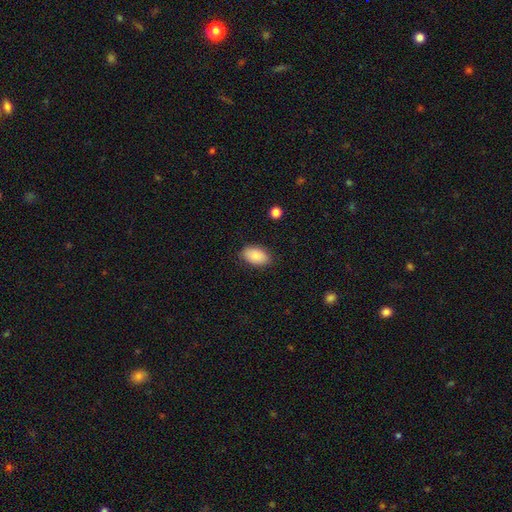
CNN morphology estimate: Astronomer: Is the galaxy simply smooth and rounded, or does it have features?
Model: smooth — 87%.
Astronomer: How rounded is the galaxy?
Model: in between — 93%.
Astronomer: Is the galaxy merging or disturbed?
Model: none — 84%.